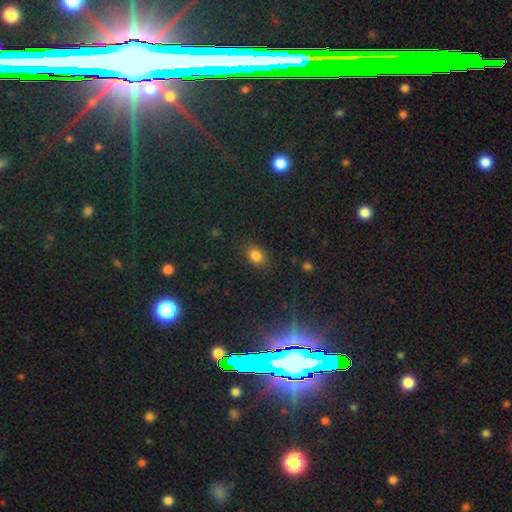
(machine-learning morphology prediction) A smooth galaxy with no disk features (80%) that is in between round and cigar-shaped (69%). Merging: none (84%).